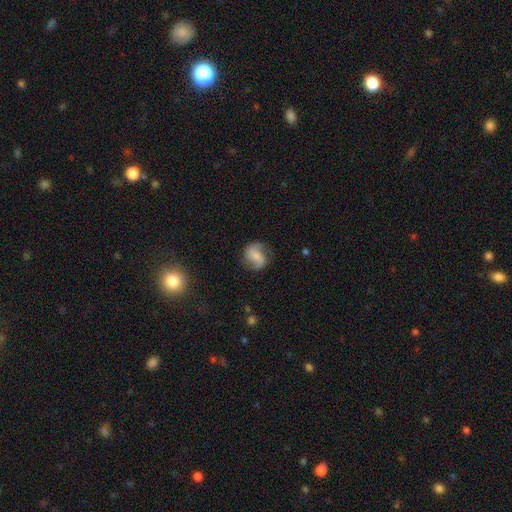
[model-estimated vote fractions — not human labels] Q: Smooth or featured?
A: featured or disk (61%); runner-up: smooth (31%)
Q: Edge-on disk?
A: no (97%); runner-up: yes (3%)
Q: Bar?
A: no (42%); runner-up: weak (39%)
Q: Spiral arms?
A: yes (91%); runner-up: no (9%)
Q: Spiral winding?
A: loose (42%); runner-up: medium (41%)
Q: Spiral arm count?
A: 2 (87%); runner-up: can't tell (6%)
Q: Bulge size?
A: small (53%); runner-up: moderate (30%)
Q: Merging?
A: none (74%); runner-up: minor disturbance (18%)